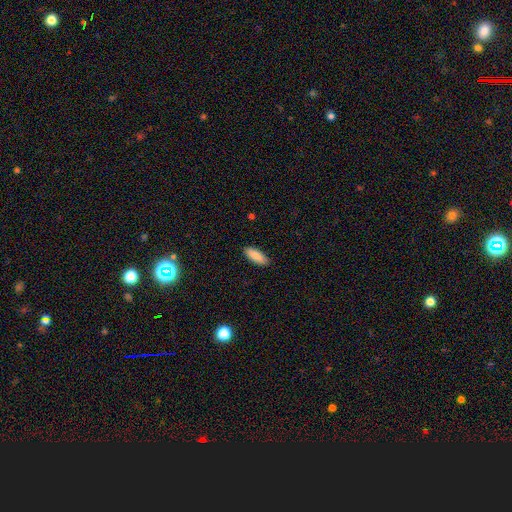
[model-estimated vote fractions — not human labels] smooth-or-featured: smooth: 86% | featured or disk: 8% | star or artifact: 6%
  how-rounded: in between: 78% | cigar-shaped: 20% | round: 2%
  merging: none: 89% | minor disturbance: 8% | major disturbance: 2% | merger: 1%